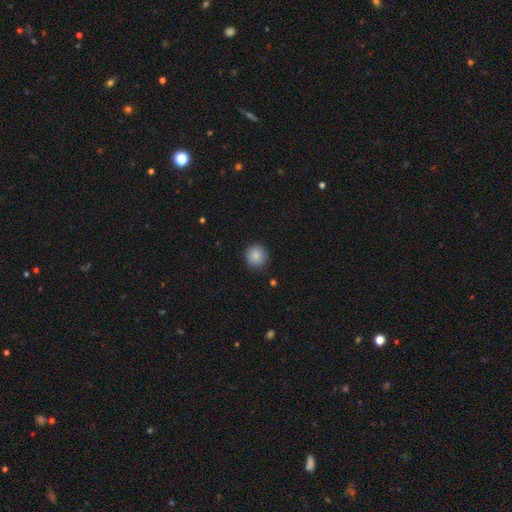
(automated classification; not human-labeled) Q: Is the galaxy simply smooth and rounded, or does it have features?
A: smooth — 87%.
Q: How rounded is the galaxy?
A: round — 93%.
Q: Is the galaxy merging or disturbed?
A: none — 88%.